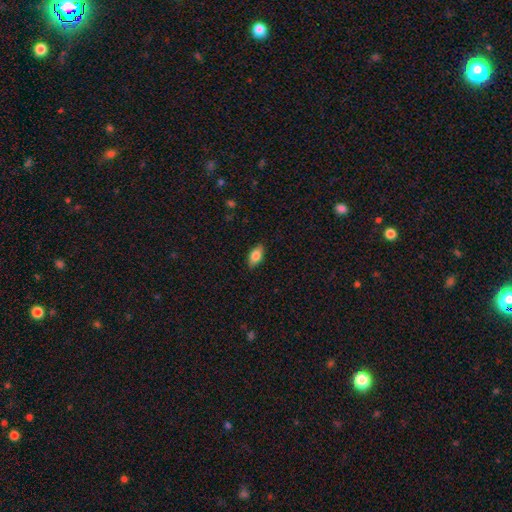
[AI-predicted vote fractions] Morphology: type=smooth (78%); roundness=in between (88%); merging=none (86%).